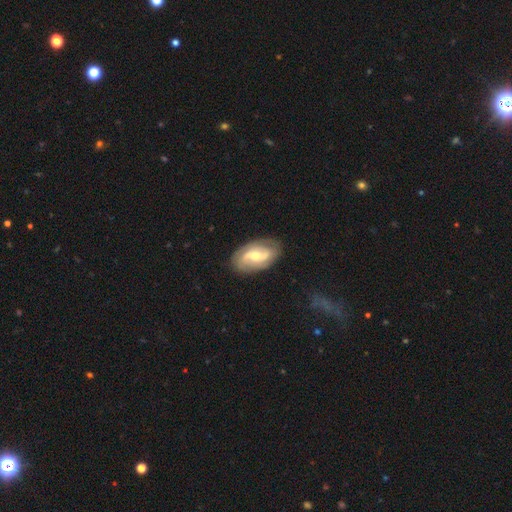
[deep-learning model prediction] A featured or disk galaxy (76%) with a weak bar (48%), 2 (85%) loose (45%) spiral arms (89%) and a moderate central bulge (53%).

Vote fractions:
- Smooth or featured? featured or disk: 76% / smooth: 19% / star or artifact: 5%
- Edge-on disk? no: 95% / yes: 5%
- Bar? weak: 48% / strong: 32% / no: 20%
- Spiral arms? yes: 89% / no: 11%
- Spiral winding? loose: 45% / medium: 36% / tight: 18%
- Spiral arm count? 2: 85% / can't tell: 8% / 1: 2% / 3: 2% / 4: 1% / more than 4: 1%
- Bulge size? moderate: 53% / small: 39% / large: 5% / none: 2% / dominant: 1%
- Merging? none: 83% / minor disturbance: 12% / major disturbance: 4% / merger: 1%